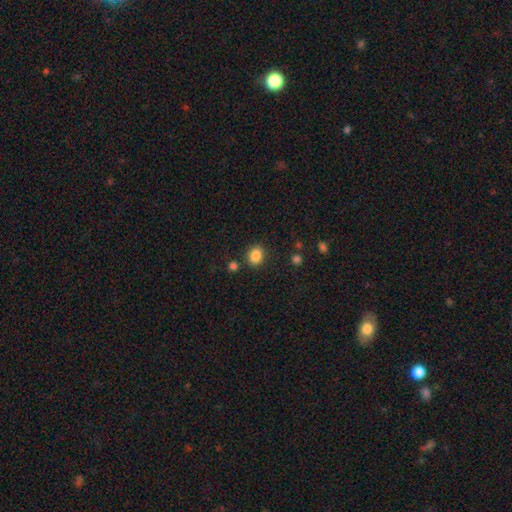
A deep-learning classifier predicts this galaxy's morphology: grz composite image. It shows a smooth galaxy with no disk features (85%) that is round (50%). Merging: none (83%).